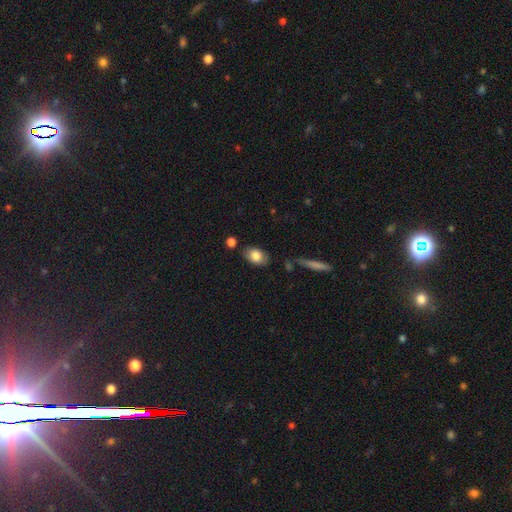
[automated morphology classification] This is clearly a smooth galaxy (82%). How rounded: clearly in between (87%). Merging: likely none (80%).